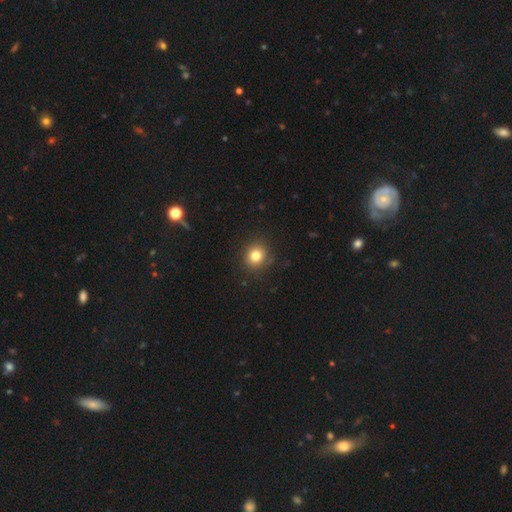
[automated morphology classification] type=smooth (81%); roundness=round (84%); merging=none (88%).